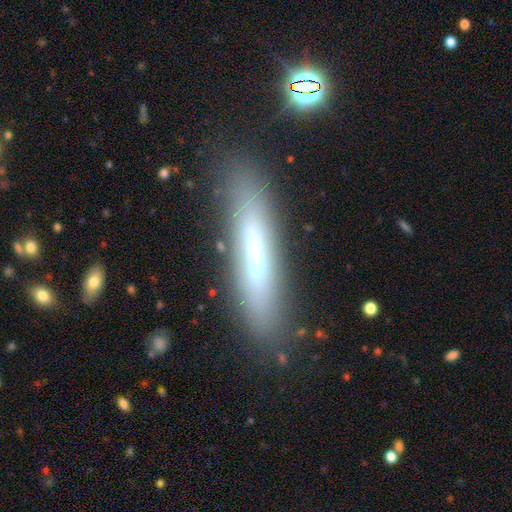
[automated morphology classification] Overall: featured or disk (45%; smooth 43%). Merging: none (78%).